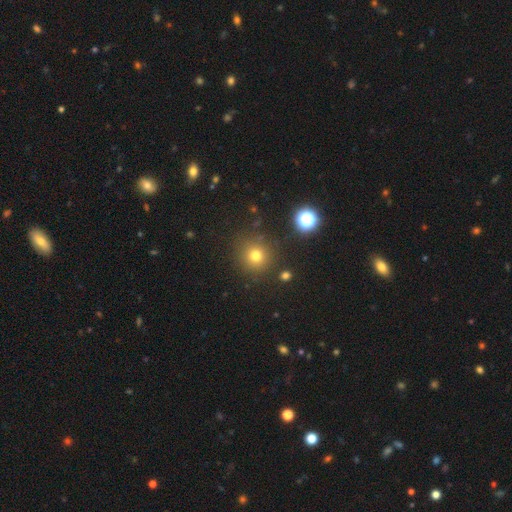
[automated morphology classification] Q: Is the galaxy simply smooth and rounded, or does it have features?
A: smooth — 75%.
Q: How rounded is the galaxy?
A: round — 94%.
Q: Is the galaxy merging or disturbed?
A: none — 86%.